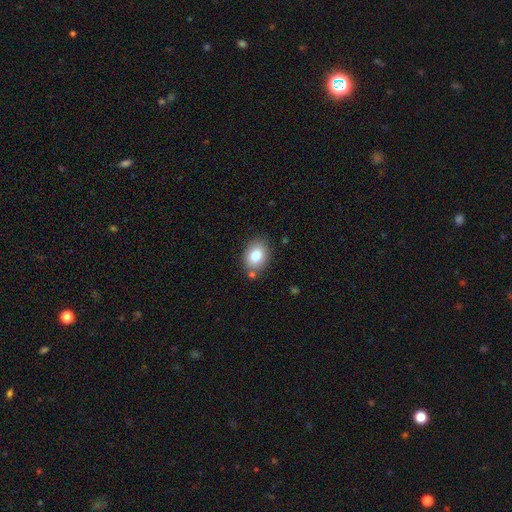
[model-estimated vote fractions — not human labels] This appears to be a smooth galaxy with no disk features (82%) that is in between round and cigar-shaped (68%). Merging: none (79%).